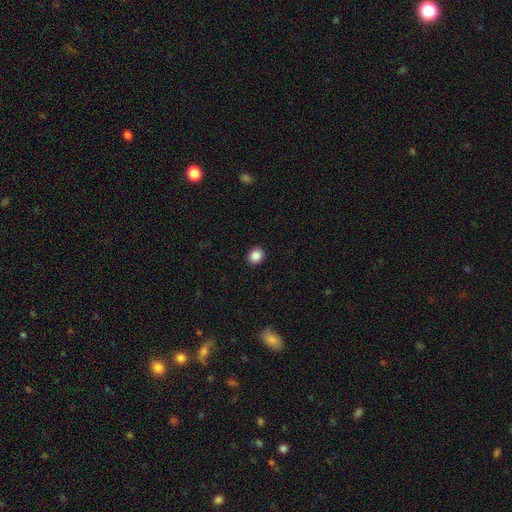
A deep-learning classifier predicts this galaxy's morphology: Overall: smooth (87%). How rounded: round (77%). Merging: none (92%).